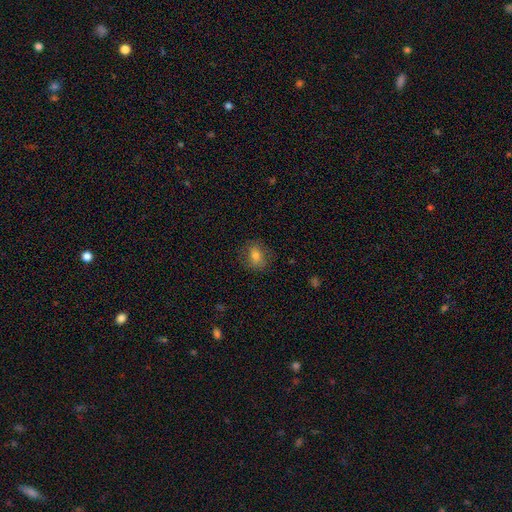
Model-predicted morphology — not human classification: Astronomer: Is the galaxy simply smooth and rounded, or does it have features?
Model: smooth — 74%.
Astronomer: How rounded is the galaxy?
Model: round — 53% (runner-up: in between, 45%).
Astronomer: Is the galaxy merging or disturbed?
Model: none — 80%.